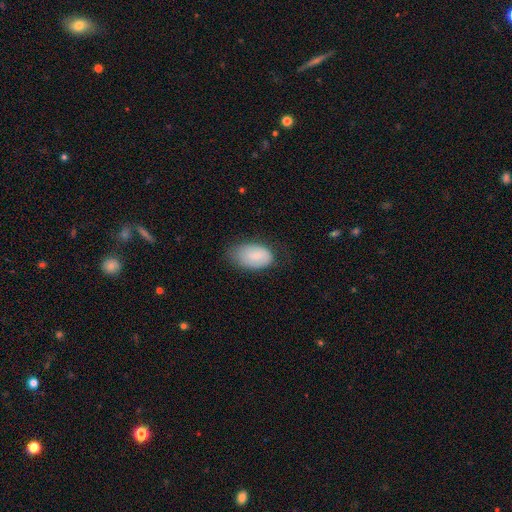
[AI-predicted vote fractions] Smooth or featured? smooth (81%)
How rounded? in between (92%)
Merging? none (59%)